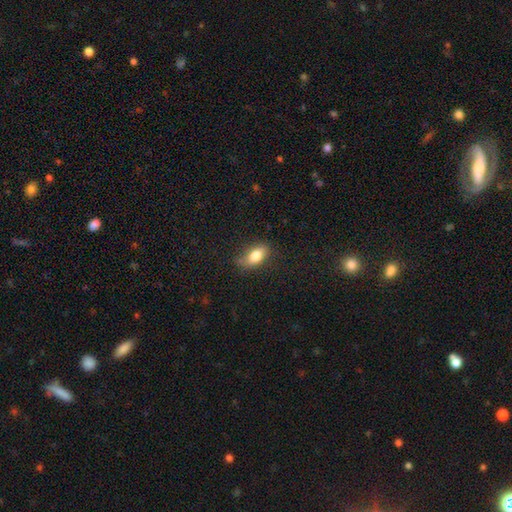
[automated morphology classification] Smooth or featured? smooth (78%)
How rounded? in between (87%)
Merging? none (69%)